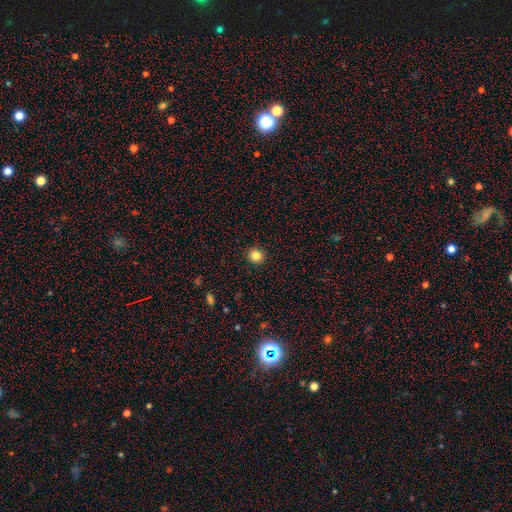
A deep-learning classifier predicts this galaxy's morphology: smooth 84%, star or artifact 11%, featured or disk 5%. Down the decision tree: how rounded — round (91%); merging — none (92%).